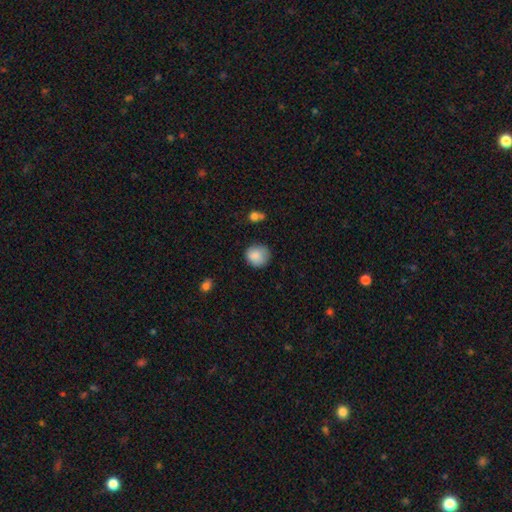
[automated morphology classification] The model was most divided on "merging": none: 74%, minor disturbance: 20%, major disturbance: 4%, merger: 2%. More confident: smooth or featured — smooth (86%); how rounded — round (85%).